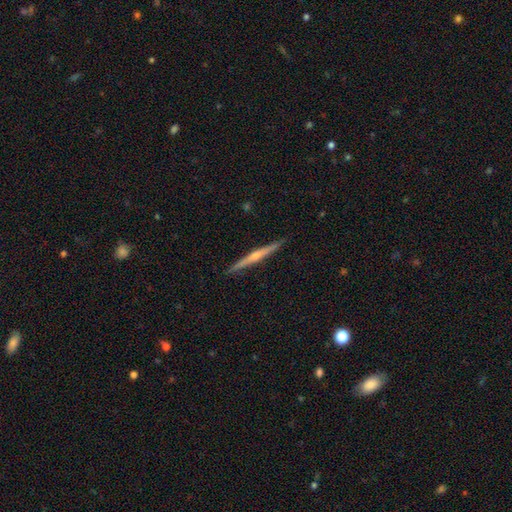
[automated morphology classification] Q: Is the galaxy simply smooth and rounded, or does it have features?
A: featured or disk — 70%.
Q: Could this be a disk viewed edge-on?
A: yes — 98%.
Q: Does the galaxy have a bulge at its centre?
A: rounded — 72%.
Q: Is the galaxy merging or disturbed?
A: none — 91%.